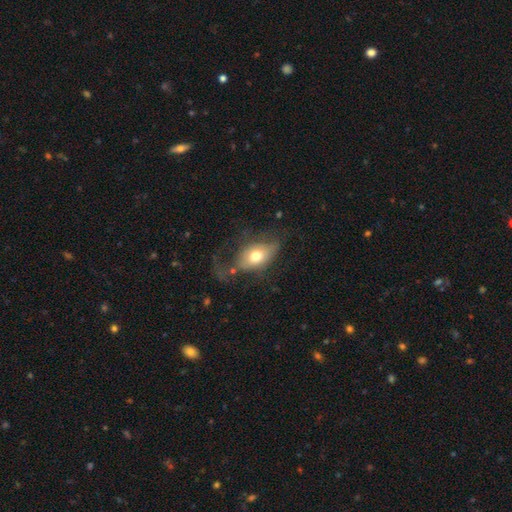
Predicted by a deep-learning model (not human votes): Smooth or featured: smooth — 64% (featured or disk — 28%)
How rounded: in between — 84% (round — 13%)
Merging: major disturbance — 37% (none — 36%)